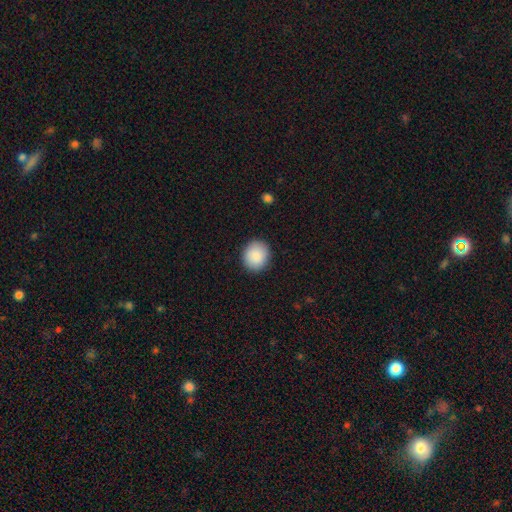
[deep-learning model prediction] This is clearly a smooth galaxy (89%). How rounded: clearly round (81%). Merging: clearly none (90%).